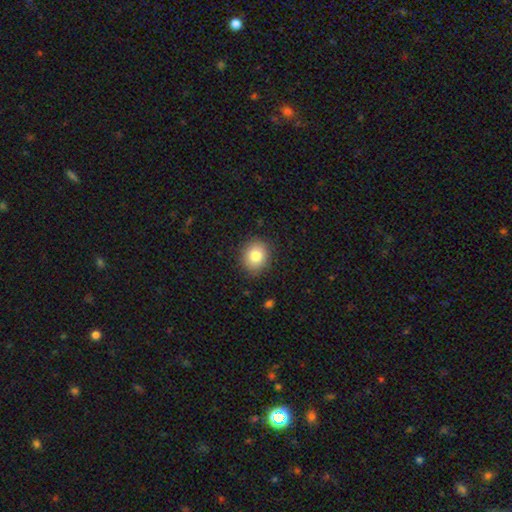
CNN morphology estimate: Q: Smooth or featured?
A: smooth (83%); runner-up: star or artifact (9%)
Q: How rounded?
A: round (69%); runner-up: in between (30%)
Q: Merging?
A: none (87%); runner-up: minor disturbance (9%)